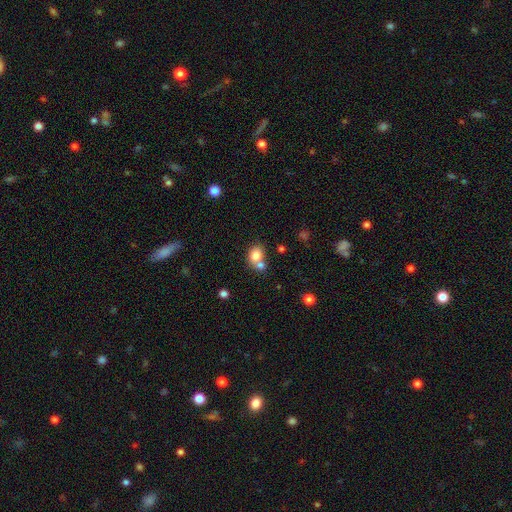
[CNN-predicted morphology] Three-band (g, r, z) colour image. It shows a smooth galaxy with no disk features (80%) that is round (51%). Merging: merger (45%).